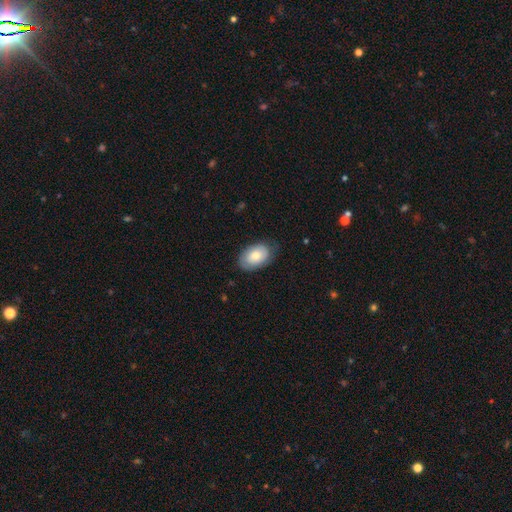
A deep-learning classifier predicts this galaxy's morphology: This is likely a smooth galaxy (69%). How rounded: clearly in between (89%). Merging: likely none (74%).